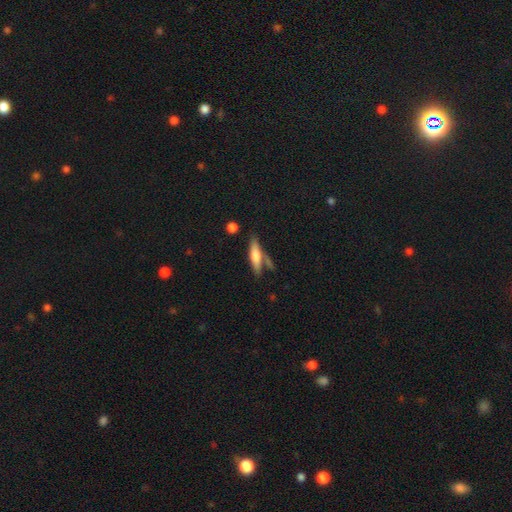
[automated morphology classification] type=smooth (59%); roundness=cigar-shaped (74%); merging=none (66%).